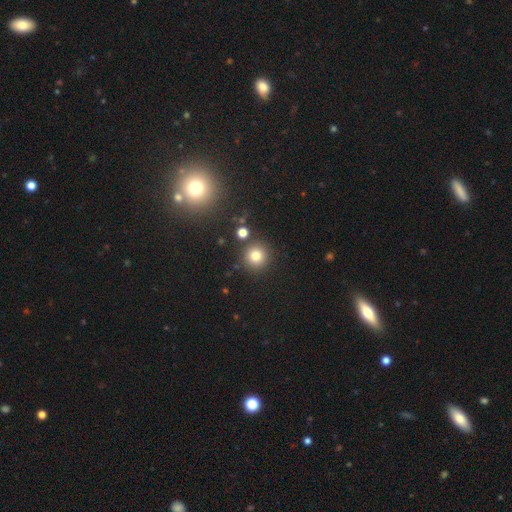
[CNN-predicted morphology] smooth-or-featured: smooth: 78% | star or artifact: 15% | featured or disk: 7%
  how-rounded: round: 94% | in between: 5% | cigar-shaped: 1%
  merging: none: 85% | minor disturbance: 7% | merger: 5% | major disturbance: 3%